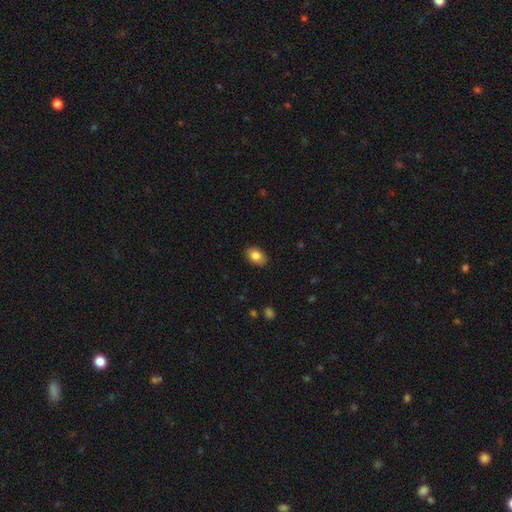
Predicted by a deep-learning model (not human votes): The model was most divided on "how rounded": in between: 86%, round: 13%, cigar-shaped: 1%. More confident: merging — none (88%); smooth or featured — smooth (84%).